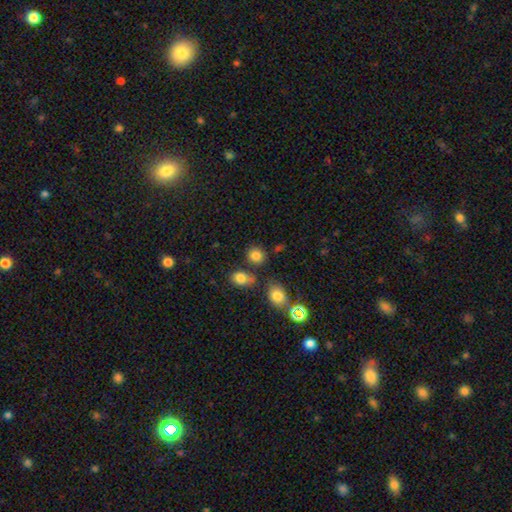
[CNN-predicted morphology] Overall: smooth (81%). How rounded: round (78%). Merging: none (74%).